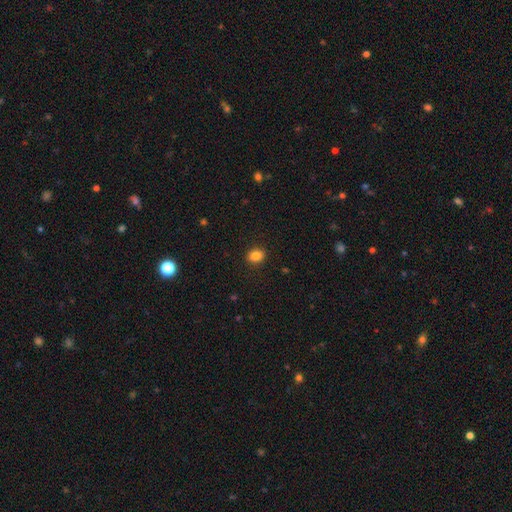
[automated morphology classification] This appears to be a smooth galaxy with no disk features (85%) that is round (51%). Merging: none (90%).